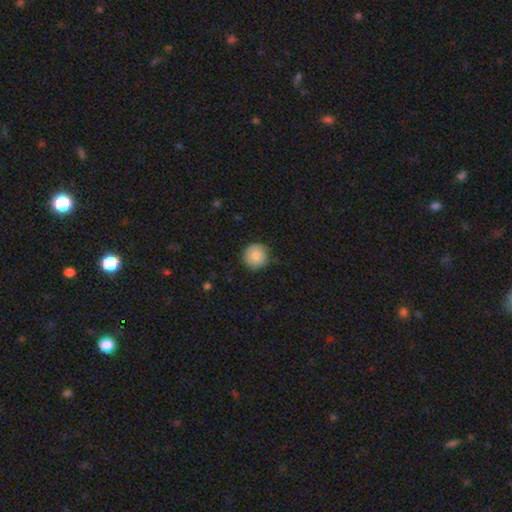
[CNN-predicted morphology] A smooth galaxy with no disk features (81%) that is round (95%).

Vote fractions:
- Smooth or featured? smooth: 81% / featured or disk: 11% / star or artifact: 8%
- How rounded? round: 95% / in between: 4% / cigar-shaped: 1%
- Merging? none: 86% / minor disturbance: 11% / major disturbance: 2% / merger: 1%